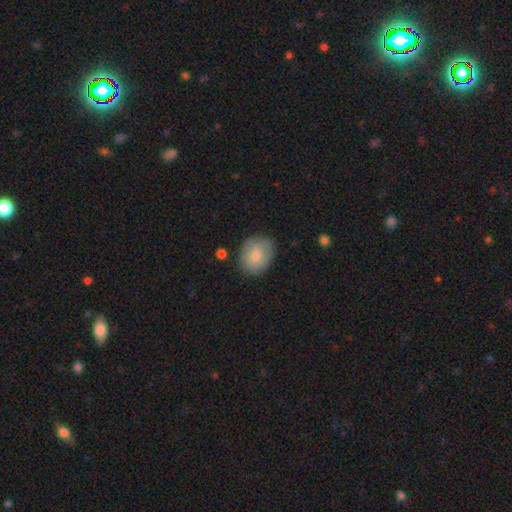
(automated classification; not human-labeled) Smooth or featured? smooth (77%)
How rounded? in between (53%)
Merging? none (75%)